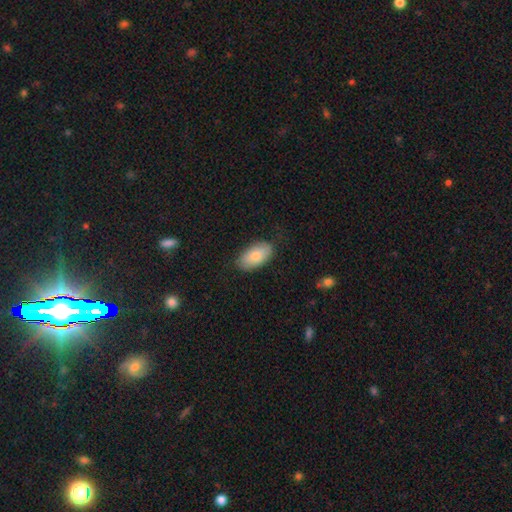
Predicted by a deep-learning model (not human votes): Morphology: type=smooth (80%); roundness=in between (94%); merging=none (80%).